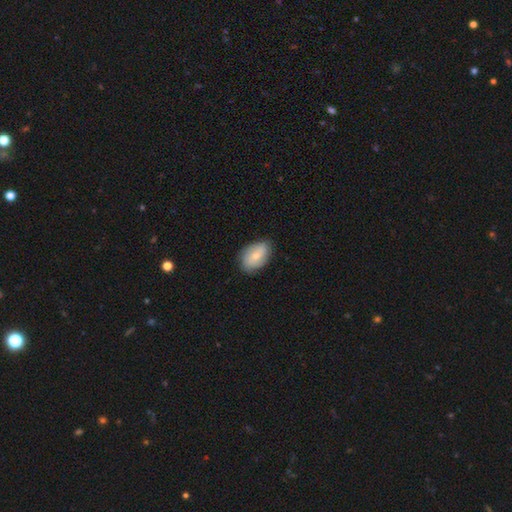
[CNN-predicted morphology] Smooth or featured? Predicted: smooth (p=0.66). How rounded? Predicted: in between (p=0.88). Merging? Predicted: none (p=0.78).